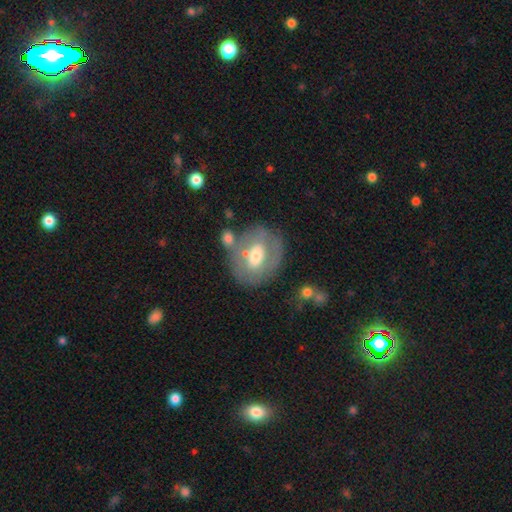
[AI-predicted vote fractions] featured or disk 51%, smooth 42%, star or artifact 7%. Down the decision tree: edge-on disk — no (93%); merging — none (59%).